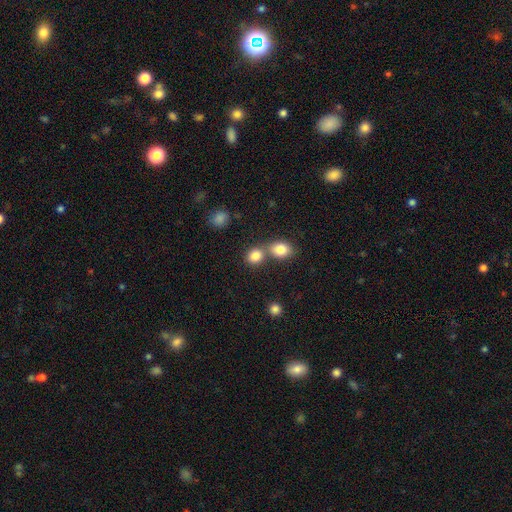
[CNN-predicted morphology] type=smooth (83%); roundness=round (62%); merging=none (46%).